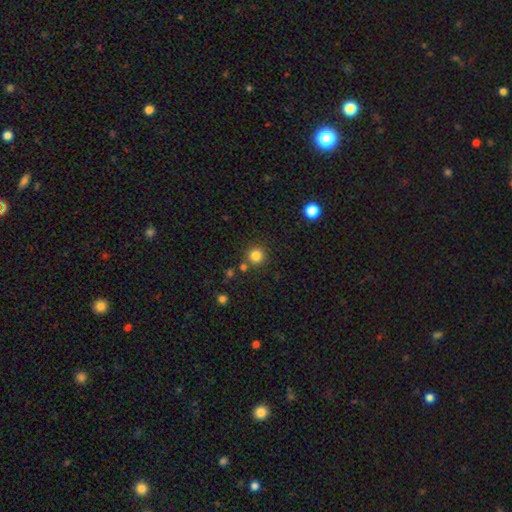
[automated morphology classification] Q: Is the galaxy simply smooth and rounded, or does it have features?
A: smooth — 83%.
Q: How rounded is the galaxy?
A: round — 95%.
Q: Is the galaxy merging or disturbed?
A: none — 83%.